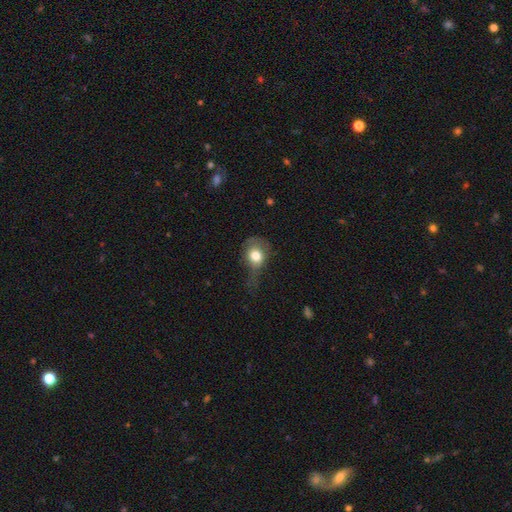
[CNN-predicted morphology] Smooth or featured: smooth — 74% (featured or disk — 17%)
How rounded: round — 56% (in between — 43%)
Merging: major disturbance — 39% (minor disturbance — 33%)